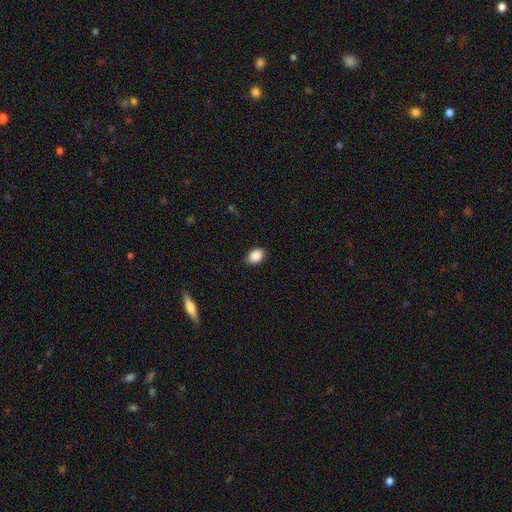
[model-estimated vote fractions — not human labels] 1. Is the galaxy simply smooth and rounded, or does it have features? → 89% smooth, 8% star or artifact, 3% featured or disk.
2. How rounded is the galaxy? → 77% in between, 22% round, 1% cigar-shaped.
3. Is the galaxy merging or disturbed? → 86% none, 11% minor disturbance, 2% major disturbance, 1% merger.